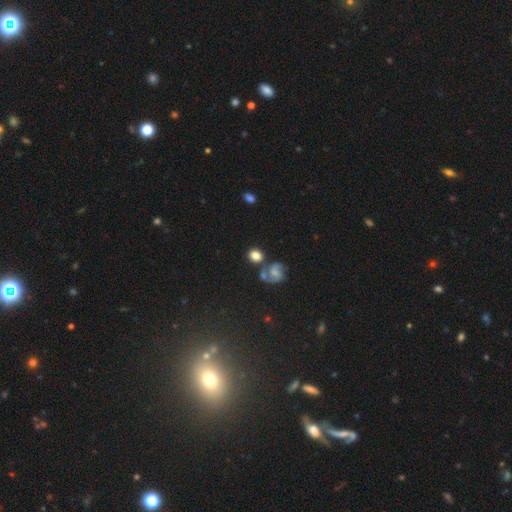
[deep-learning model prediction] A smooth galaxy with no disk features (74%) that is round (71%).

Vote fractions:
- Smooth or featured? smooth: 74% / featured or disk: 15% / star or artifact: 11%
- How rounded? round: 71% / in between: 28% / cigar-shaped: 1%
- Merging? none: 58% / merger: 22% / minor disturbance: 13% / major disturbance: 6%